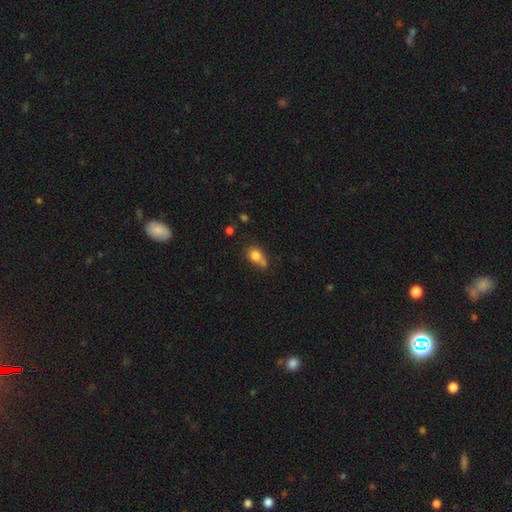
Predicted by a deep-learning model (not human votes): smooth_or_featured: smooth (p=0.78) [alt: featured or disk p=0.12]
how_rounded: in between (p=0.51) [alt: round p=0.47]
merging: none (p=0.41) [alt: merger p=0.31]